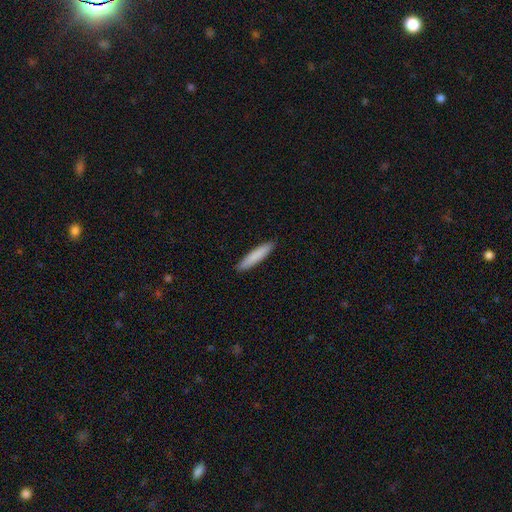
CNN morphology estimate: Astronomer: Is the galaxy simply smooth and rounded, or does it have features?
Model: smooth — 85%.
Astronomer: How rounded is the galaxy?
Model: cigar-shaped — 88%.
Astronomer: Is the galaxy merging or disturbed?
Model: none — 91%.